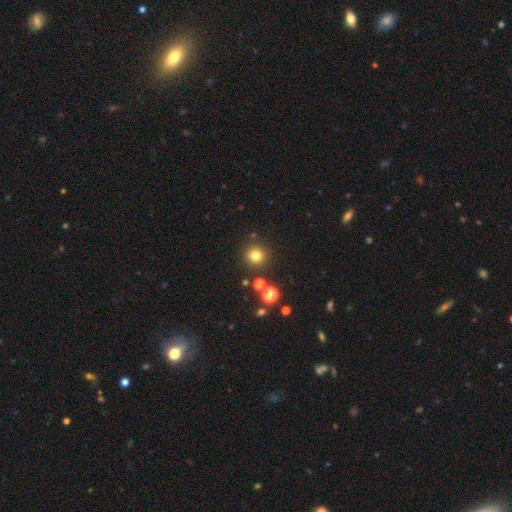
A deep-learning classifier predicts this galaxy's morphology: A smooth galaxy with no disk features (78%) that is round (93%).

Vote fractions:
- Smooth or featured? smooth: 78% / star or artifact: 16% / featured or disk: 6%
- How rounded? round: 93% / in between: 6% / cigar-shaped: 1%
- Merging? none: 87% / minor disturbance: 7% / merger: 4% / major disturbance: 3%